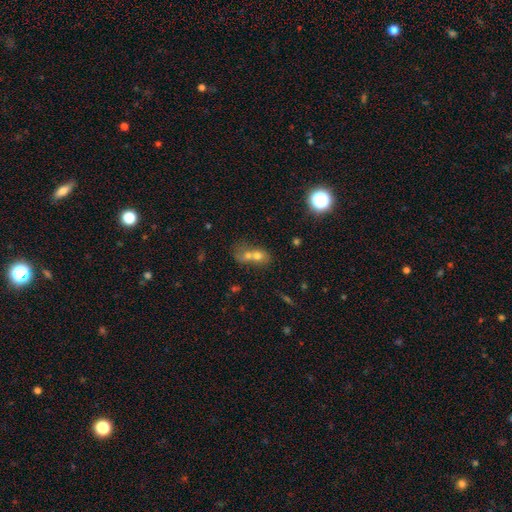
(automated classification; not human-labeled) smooth_or_featured: smooth (p=0.60) [alt: featured or disk p=0.21]
how_rounded: round (p=0.51) [alt: in between p=0.46]
merging: merger (p=0.69) [alt: none p=0.20]